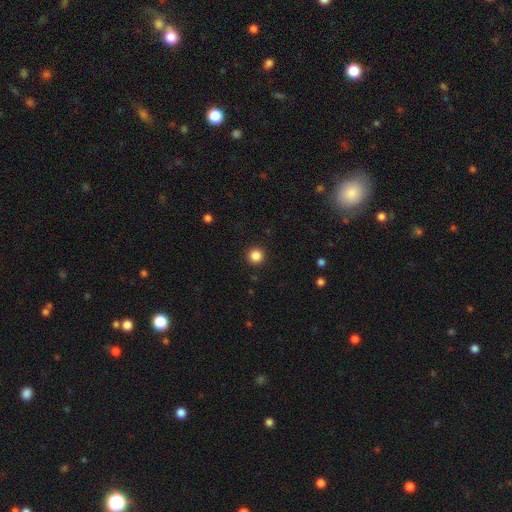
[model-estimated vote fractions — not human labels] This is clearly a smooth galaxy (85%). How rounded: clearly round (96%). Merging: clearly none (93%).